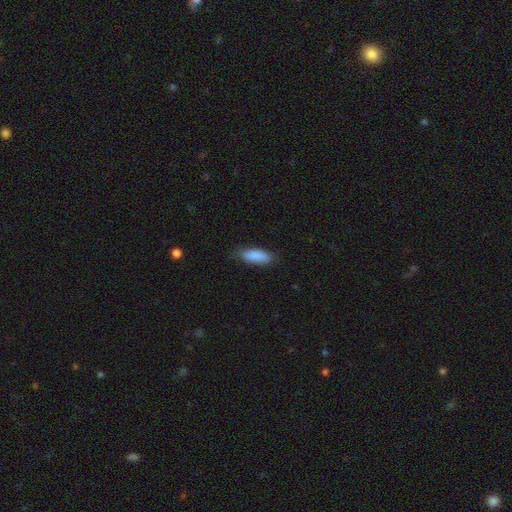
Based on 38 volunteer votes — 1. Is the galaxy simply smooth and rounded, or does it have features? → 92% smooth, 5% featured or disk, 3% star or artifact.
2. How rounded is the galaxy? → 77% in between, 23% cigar-shaped, 0% round.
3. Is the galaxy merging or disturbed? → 73% none, 24% minor disturbance, 3% major disturbance, 0% merger.